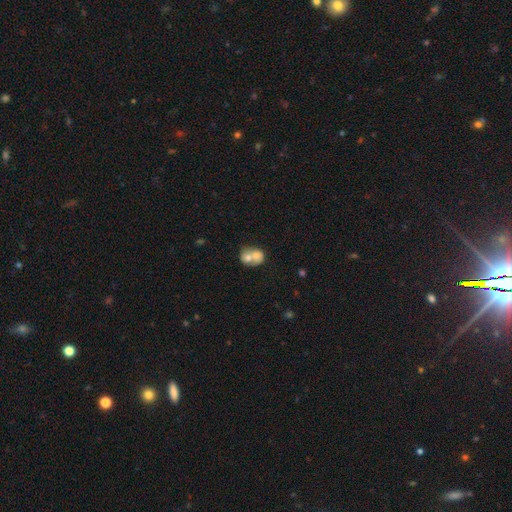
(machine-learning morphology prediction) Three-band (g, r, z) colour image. It shows a smooth galaxy with no disk features (65%) that is round (56%). Merging: merger (73%).